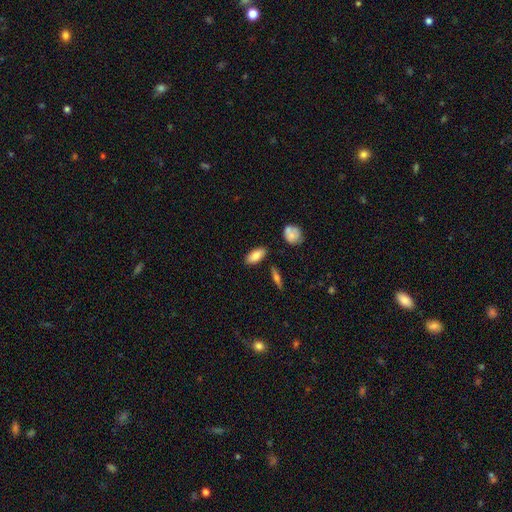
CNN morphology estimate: Q: Smooth or featured?
A: smooth (82%); runner-up: featured or disk (11%)
Q: How rounded?
A: in between (88%); runner-up: cigar-shaped (9%)
Q: Merging?
A: none (83%); runner-up: minor disturbance (11%)